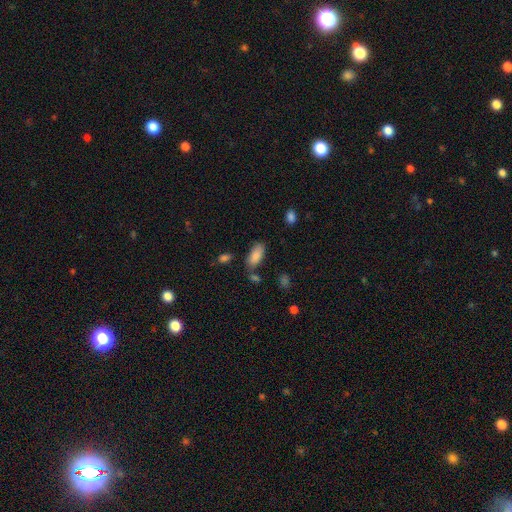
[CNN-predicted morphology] Q: Smooth or featured?
A: smooth (86%); runner-up: star or artifact (7%)
Q: How rounded?
A: in between (89%); runner-up: cigar-shaped (9%)
Q: Merging?
A: none (73%); runner-up: minor disturbance (15%)